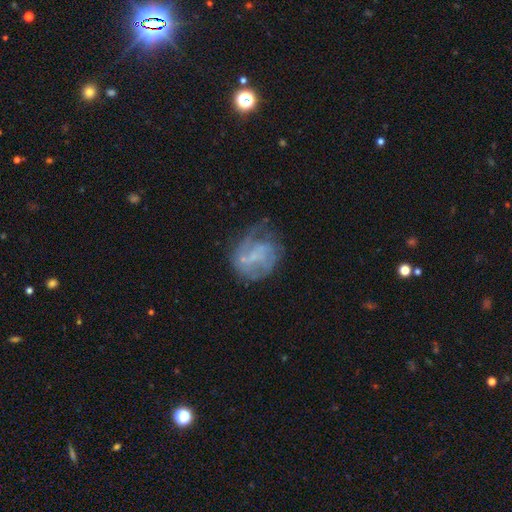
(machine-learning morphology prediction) Overall: featured or disk (70%). Edge-on disk: no (98%). Bar: no (53%; weak 37%). Spiral arms: yes (73%). Spiral arm count: can't tell (34%; 2 33%). Spiral winding: medium (38%; tight 34%). Bulge size: small (45%; none 42%). Merging: none (45%; major disturbance 25%).